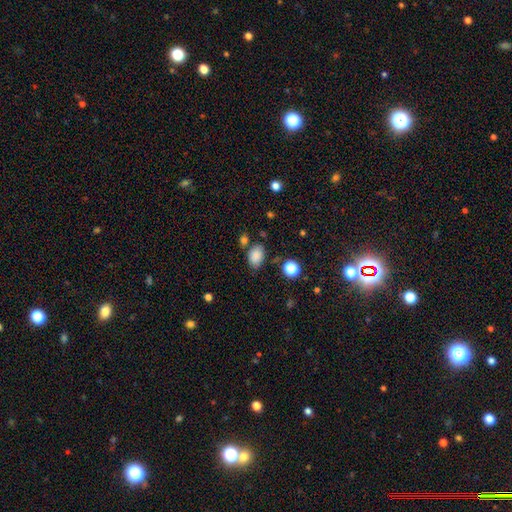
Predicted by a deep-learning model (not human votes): Q: Smooth or featured?
A: smooth (84%); runner-up: star or artifact (10%)
Q: How rounded?
A: in between (84%); runner-up: round (15%)
Q: Merging?
A: none (70%); runner-up: minor disturbance (18%)